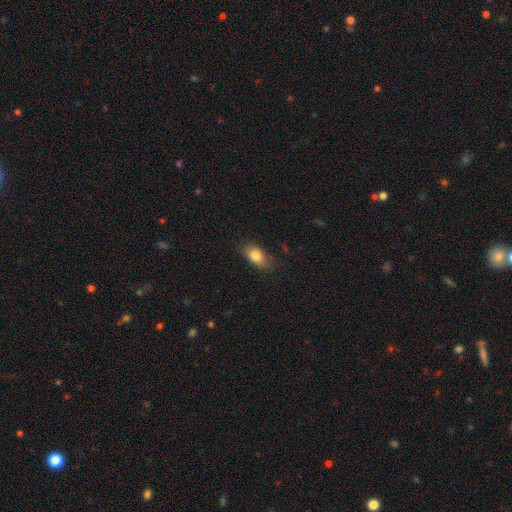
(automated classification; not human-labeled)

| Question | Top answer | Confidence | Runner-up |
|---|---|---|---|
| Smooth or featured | smooth | 82% | featured or disk (11%) |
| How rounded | in between | 89% | round (6%) |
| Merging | none | 79% | minor disturbance (16%) |